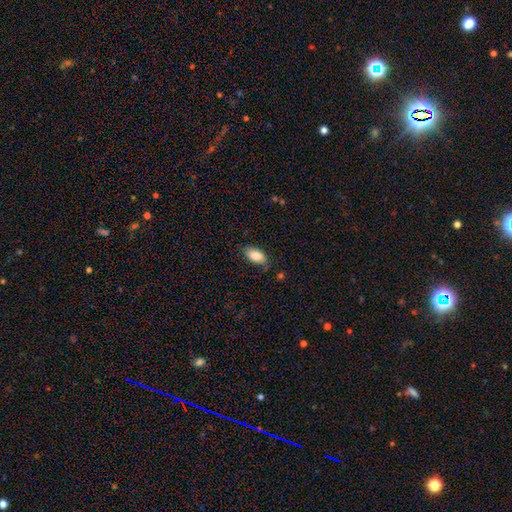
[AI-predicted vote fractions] A smooth galaxy with no disk features (85%) that is in between round and cigar-shaped (92%).

Vote fractions:
- Smooth or featured? smooth: 85% / featured or disk: 9% / star or artifact: 7%
- How rounded? in between: 92% / cigar-shaped: 4% / round: 3%
- Merging? none: 75% / minor disturbance: 19% / major disturbance: 4% / merger: 2%